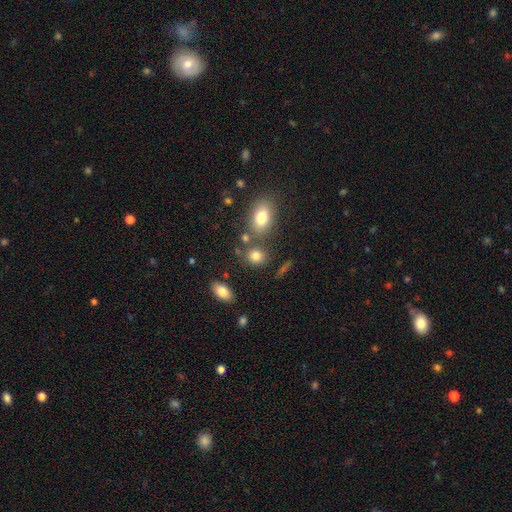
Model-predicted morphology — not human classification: Smooth or featured? smooth (81%)
How rounded? round (61%)
Merging? none (70%)